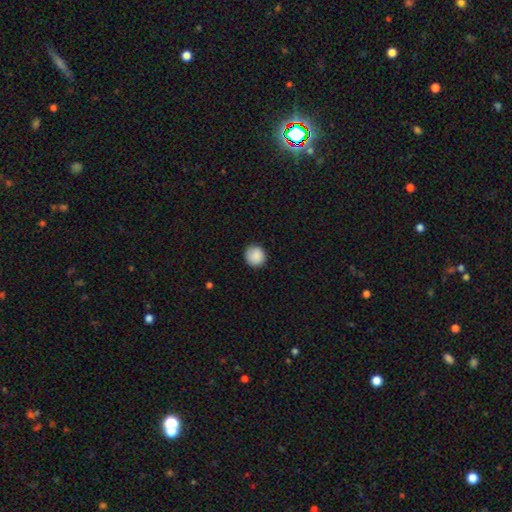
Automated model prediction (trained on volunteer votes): Smooth or featured? Predicted: smooth (p=0.88). How rounded? Predicted: round (p=0.89). Merging? Predicted: none (p=0.85).